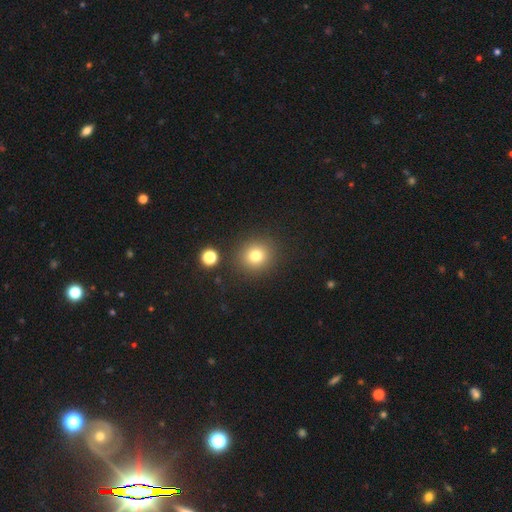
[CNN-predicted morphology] Smooth or featured? Predicted: smooth (p=0.78). How rounded? Predicted: round (p=0.87). Merging? Predicted: none (p=0.87).